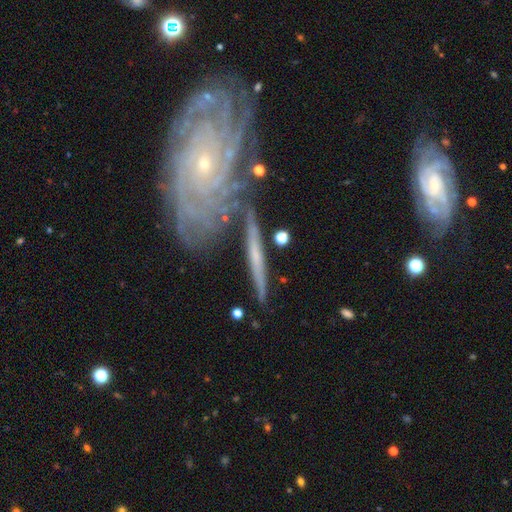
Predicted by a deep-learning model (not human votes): Smooth or featured? Predicted: featured or disk (p=0.73). Edge-on disk? Predicted: yes (p=0.61). Merging? Predicted: none (p=0.69).